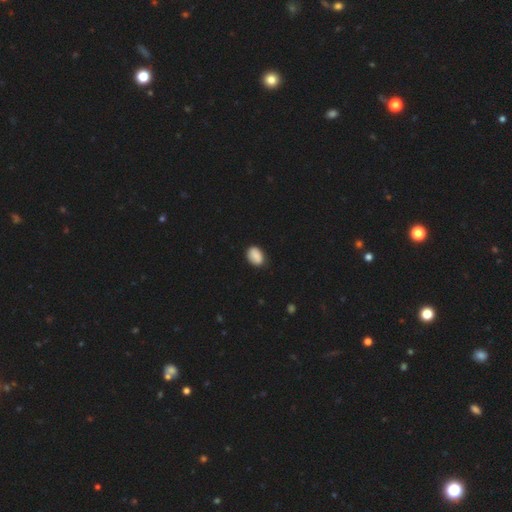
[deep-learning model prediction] A smooth galaxy with no disk features (88%) that is in between round and cigar-shaped (78%).

Vote fractions:
- Smooth or featured? smooth: 88% / star or artifact: 8% / featured or disk: 4%
- How rounded? in between: 78% / round: 21% / cigar-shaped: 1%
- Merging? none: 83% / minor disturbance: 13% / major disturbance: 2% / merger: 1%